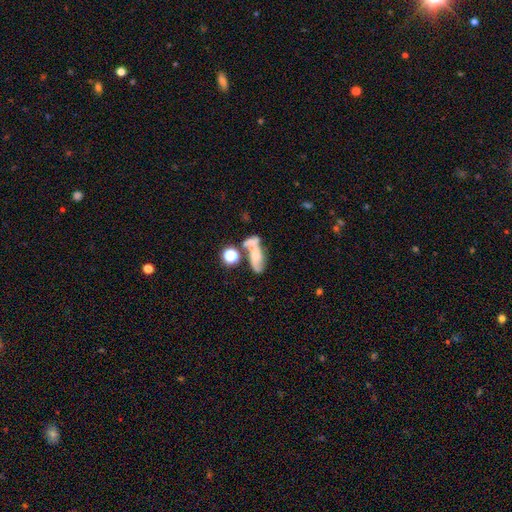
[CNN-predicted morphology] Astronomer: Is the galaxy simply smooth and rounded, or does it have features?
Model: featured or disk — 51% (runner-up: smooth, 36%).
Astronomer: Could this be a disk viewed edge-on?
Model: no — 91%.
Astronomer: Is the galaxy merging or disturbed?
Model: merger — 40% (runner-up: none, 28%).